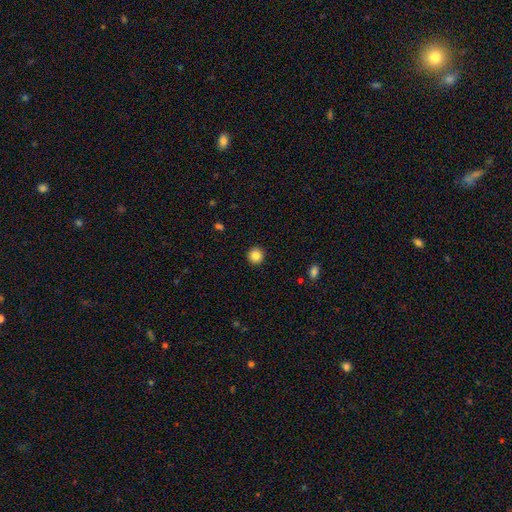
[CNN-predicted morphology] This appears to be a smooth galaxy with no disk features (85%) that is round (95%). Merging: none (93%).